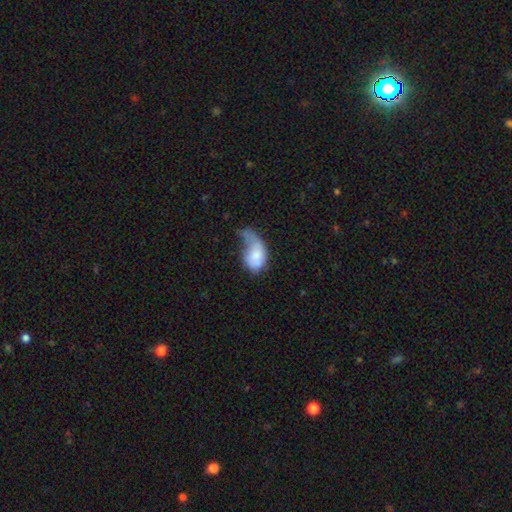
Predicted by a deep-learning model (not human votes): Morphology: type=smooth (68%); roundness=in between (87%); merging=major disturbance (50%).